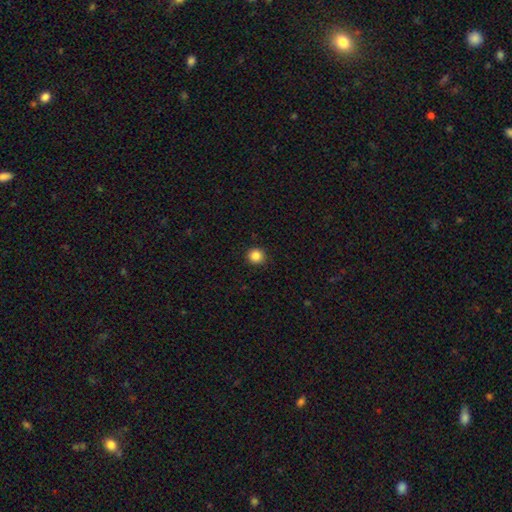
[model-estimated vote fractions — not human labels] The model was most divided on "smooth or featured": smooth: 87%, star or artifact: 10%, featured or disk: 3%. More confident: how rounded — round (93%); merging — none (91%).